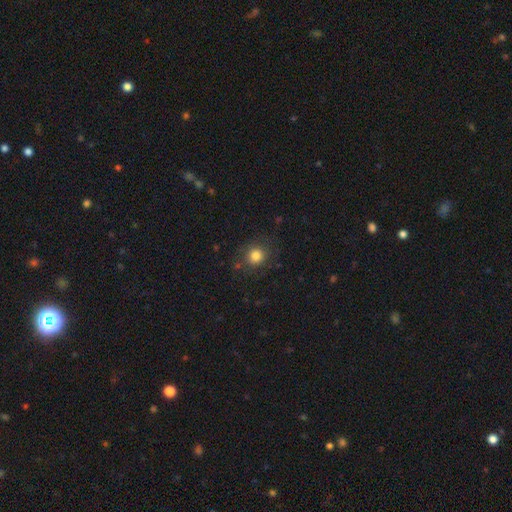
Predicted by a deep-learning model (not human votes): smooth 82%, star or artifact 12%, featured or disk 6%. Down the decision tree: how rounded — round (82%); merging — none (82%).